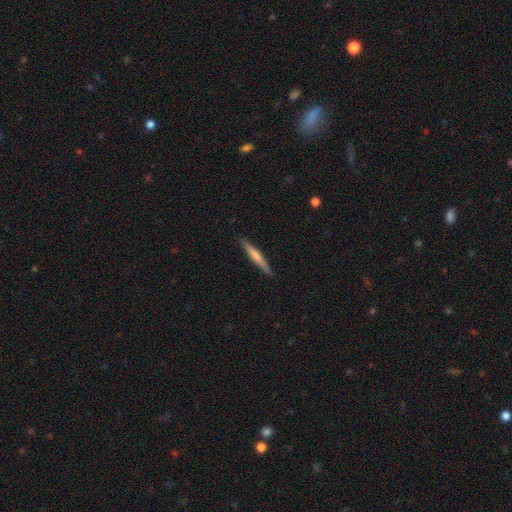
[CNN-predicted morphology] smooth_or_featured: smooth (p=0.57) [alt: featured or disk p=0.37]
how_rounded: cigar-shaped (p=0.95) [alt: in between p=0.04]
merging: none (p=0.90) [alt: minor disturbance p=0.07]